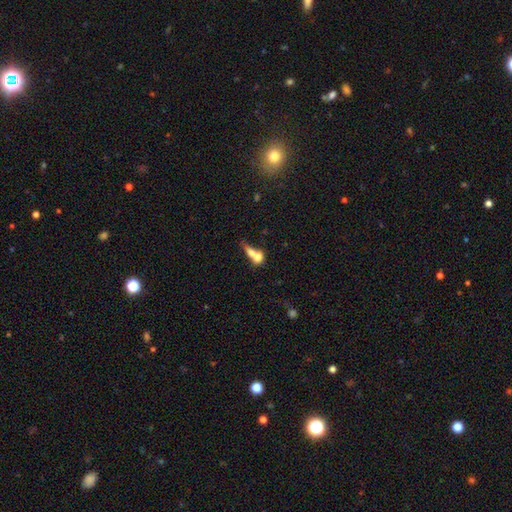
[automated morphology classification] A smooth galaxy with no disk features (64%) that is in between round and cigar-shaped (47%).

Vote fractions:
- Smooth or featured? smooth: 64% / featured or disk: 25% / star or artifact: 10%
- How rounded? in between: 47% / round: 35% / cigar-shaped: 18%
- Merging? merger: 64% / none: 20% / major disturbance: 8% / minor disturbance: 7%